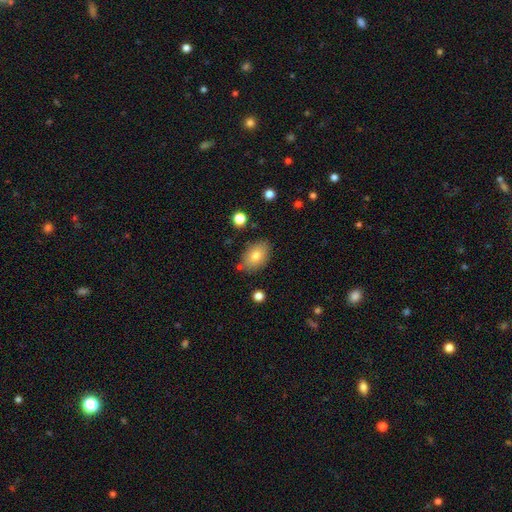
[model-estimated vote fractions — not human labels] This appears to be a smooth galaxy with no disk features (79%) that is in between round and cigar-shaped (87%). Merging: none (79%).